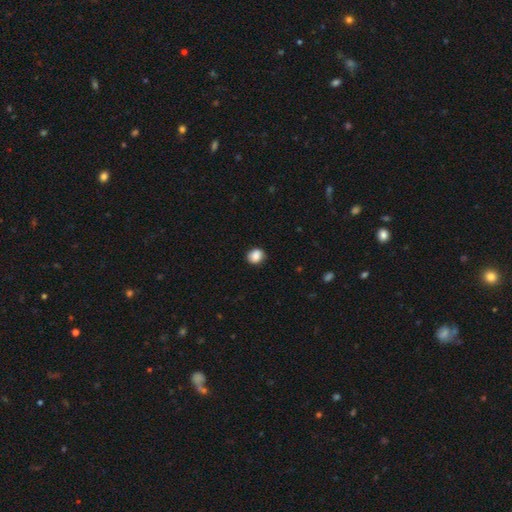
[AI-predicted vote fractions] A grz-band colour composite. It shows a smooth galaxy with no disk features (85%) that is round (67%). Merging: none (85%).